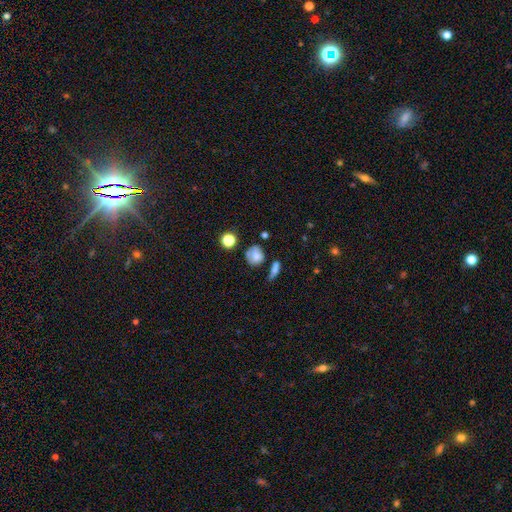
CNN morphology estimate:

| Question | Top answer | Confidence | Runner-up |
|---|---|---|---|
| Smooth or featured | smooth | 68% | featured or disk (20%) |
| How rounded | round | 72% | in between (26%) |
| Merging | none | 54% | minor disturbance (24%) |